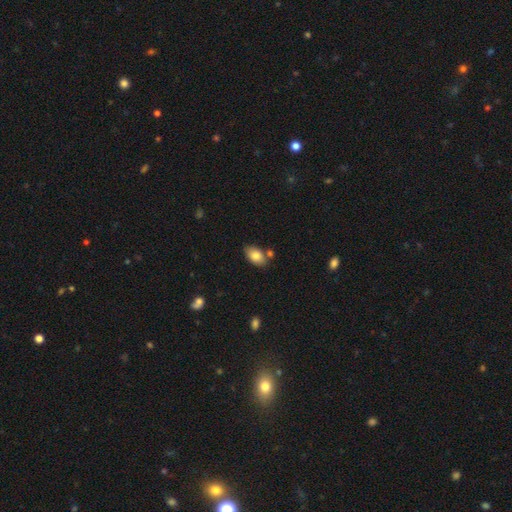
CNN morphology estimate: Smooth or featured?
  - smooth: 82% *
  - featured or disk: 11%
  - star or artifact: 8%
How rounded?
  - in between: 89% *
  - round: 9%
  - cigar-shaped: 1%
Merging?
  - none: 69% *
  - minor disturbance: 15%
  - merger: 13%
  - major disturbance: 3%